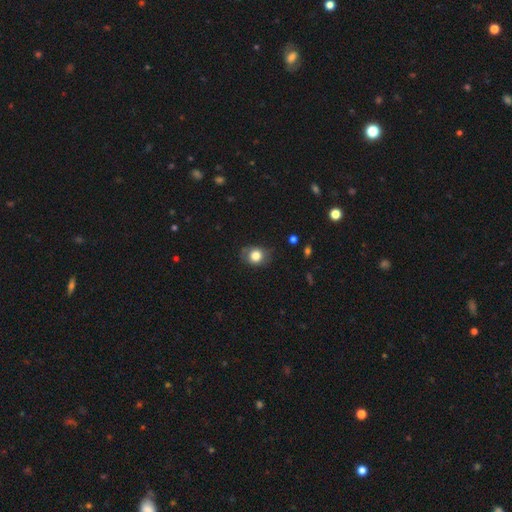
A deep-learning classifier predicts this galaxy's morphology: smooth-or-featured: smooth: 80% | featured or disk: 11% | star or artifact: 10%
  how-rounded: round: 67% | in between: 32% | cigar-shaped: 1%
  merging: none: 72% | minor disturbance: 21% | major disturbance: 5% | merger: 1%